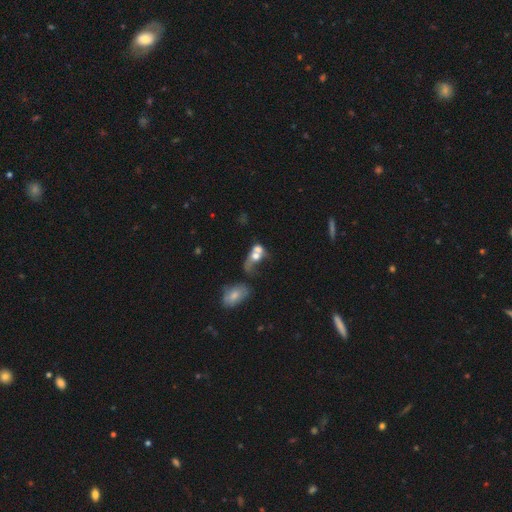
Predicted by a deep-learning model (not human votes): Overall: smooth (58%; featured or disk 30%). How rounded: in between (60%; round 35%). Merging: merger (66%).